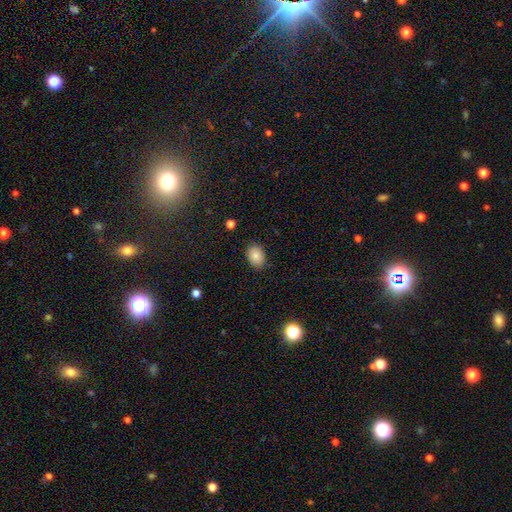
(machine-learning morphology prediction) type=smooth (84%); roundness=in between (73%); merging=none (85%).